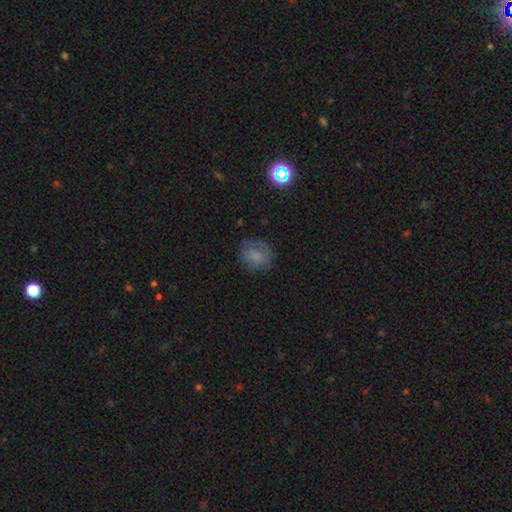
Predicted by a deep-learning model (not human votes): This is likely a smooth galaxy (66%). How rounded: likely round (65%). Merging: likely none (64%).